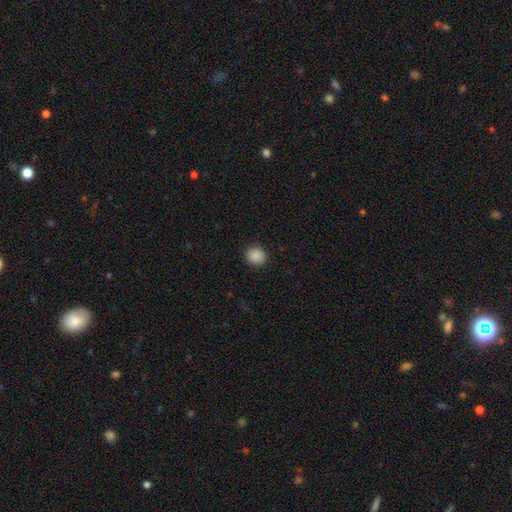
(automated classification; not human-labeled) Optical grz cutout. It shows a smooth galaxy with no disk features (88%) that is round (86%). Merging: none (90%).